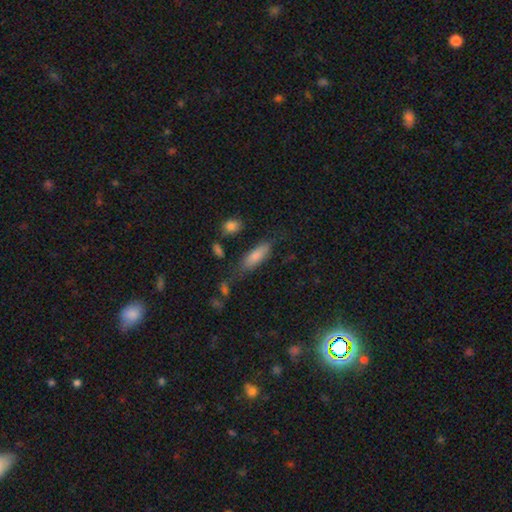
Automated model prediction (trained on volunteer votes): This is likely a smooth galaxy (74%). How rounded: possibly in between (54%). Merging: likely none (64%).